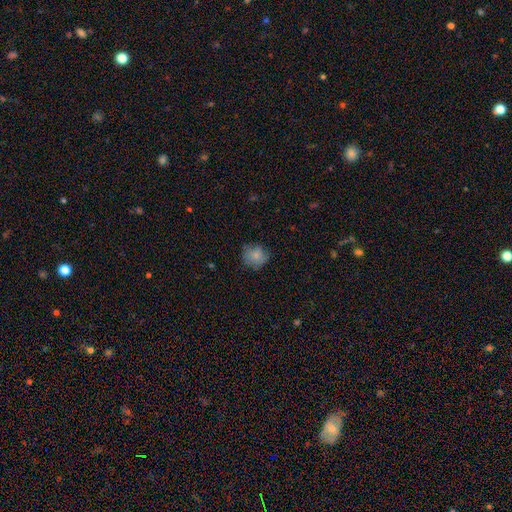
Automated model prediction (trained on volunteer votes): smooth-or-featured: smooth: 82% | featured or disk: 9% | star or artifact: 9%
  how-rounded: round: 83% | in between: 16% | cigar-shaped: 1%
  merging: none: 76% | minor disturbance: 19% | major disturbance: 4% | merger: 1%